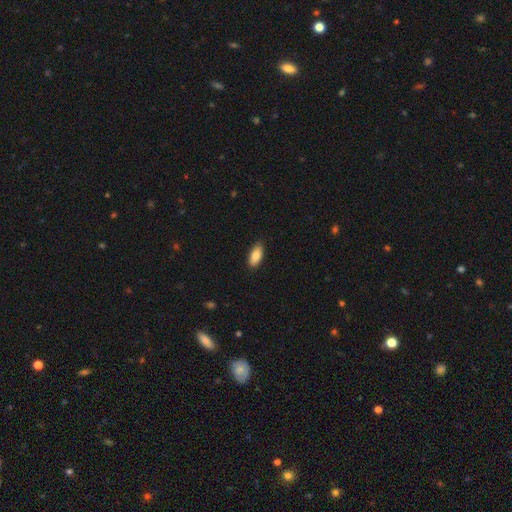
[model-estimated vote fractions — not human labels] The model was most divided on "merging": none: 86%, minor disturbance: 11%, major disturbance: 2%, merger: 1%. More confident: smooth or featured — smooth (87%); how rounded — in between (87%).